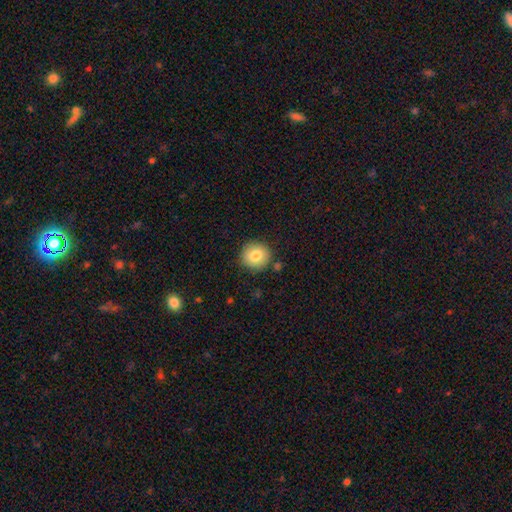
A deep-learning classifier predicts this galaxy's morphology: A smooth galaxy with no disk features (81%) that is round (91%). Merging: none (87%).